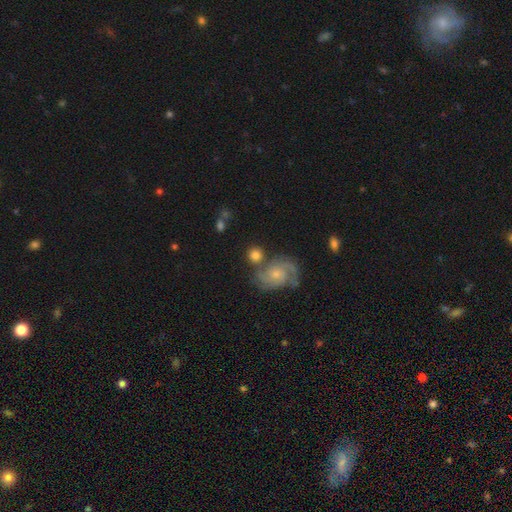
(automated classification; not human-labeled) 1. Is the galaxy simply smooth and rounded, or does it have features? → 58% smooth, 34% featured or disk, 8% star or artifact.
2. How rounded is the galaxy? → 83% round, 15% in between, 1% cigar-shaped.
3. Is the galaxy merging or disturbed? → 61% none, 23% merger, 12% minor disturbance, 5% major disturbance.